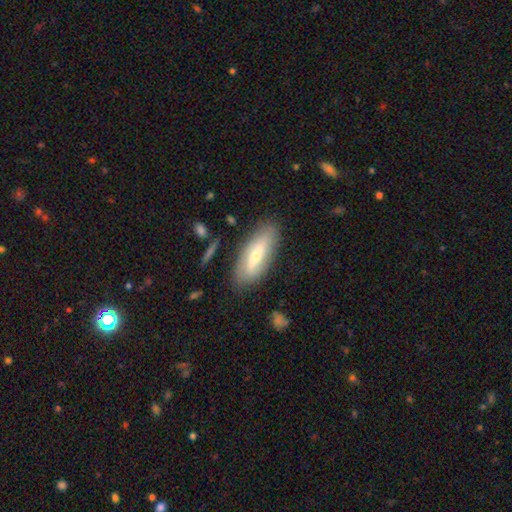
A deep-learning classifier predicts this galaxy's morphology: smooth 49%, featured or disk 45%, star or artifact 6%. Down the decision tree: merging — none (81%).